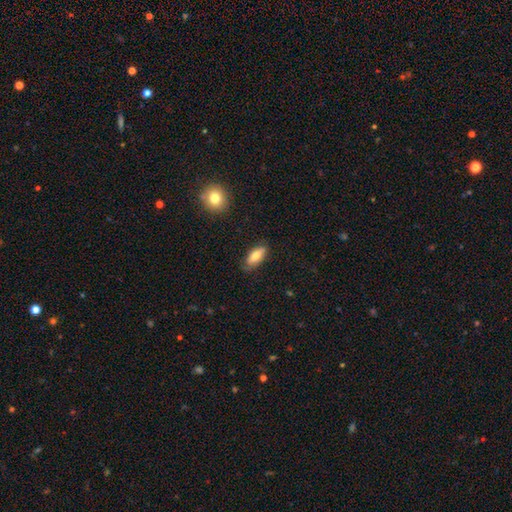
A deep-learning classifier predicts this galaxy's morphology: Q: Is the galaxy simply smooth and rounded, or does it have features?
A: smooth — 71%.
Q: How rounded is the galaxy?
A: in between — 79%.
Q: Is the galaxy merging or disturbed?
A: none — 78%.